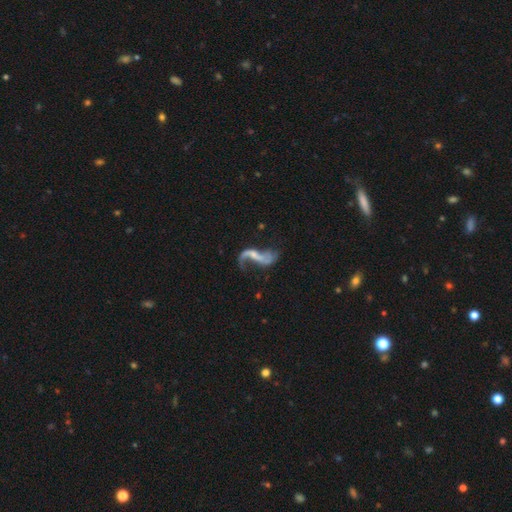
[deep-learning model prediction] smooth_or_featured: featured or disk (p=0.82) [alt: smooth p=0.11]
disk_edge_on: no (p=0.95) [alt: yes p=0.05]
bar: weak (p=0.38) [alt: no p=0.36]
has_spiral_arms: yes (p=0.88) [alt: no p=0.12]
spiral_winding: loose (p=0.90) [alt: medium p=0.07]
spiral_arm_count: 2 (p=0.80) [alt: 1 p=0.15]
bulge_size: small (p=0.43) [alt: none p=0.37]
merging: none (p=0.44) [alt: major disturbance p=0.30]